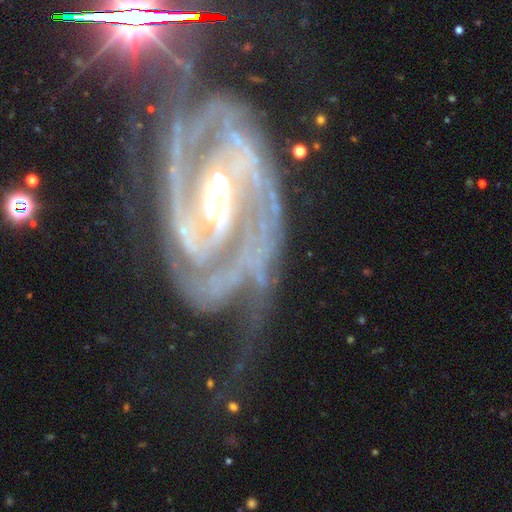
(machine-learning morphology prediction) type=featured or disk (92%); edge-on=no (96%); bar=strong (48%); spiral arms=yes (97%); winding=tight (45%); arm count=2 (67%); bulge=moderate (50%); merging=none (49%).